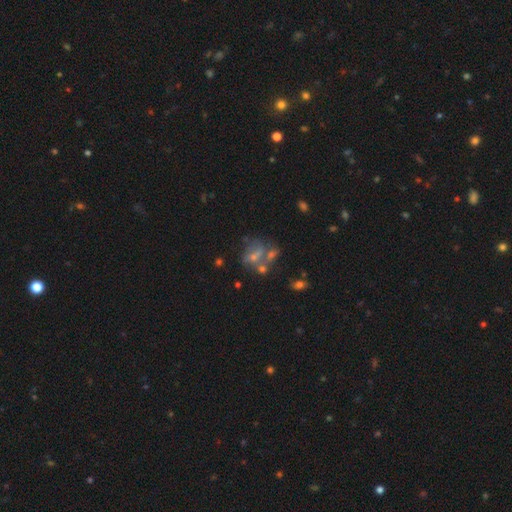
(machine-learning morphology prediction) type=smooth (42%); merging=merger (32%, tied with none).